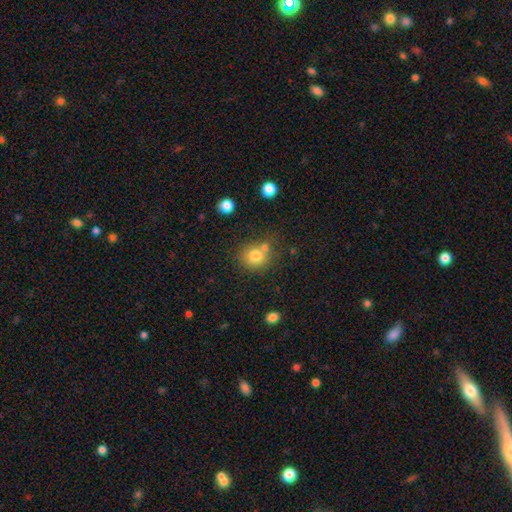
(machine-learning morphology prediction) Overall: smooth (78%). How rounded: round (82%). Merging: none (62%).